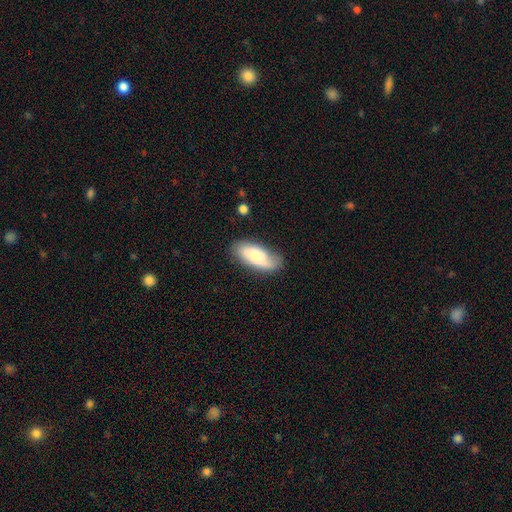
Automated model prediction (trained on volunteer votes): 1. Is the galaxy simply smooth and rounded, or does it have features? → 56% smooth, 37% featured or disk, 7% star or artifact.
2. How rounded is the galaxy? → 85% in between, 13% cigar-shaped, 3% round.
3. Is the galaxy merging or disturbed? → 67% none, 23% minor disturbance, 7% major disturbance, 2% merger.